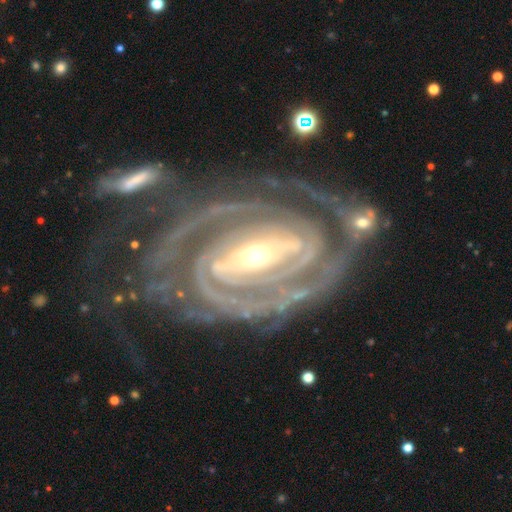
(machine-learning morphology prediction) Q: Smooth or featured?
A: featured or disk (93%); runner-up: star or artifact (4%)
Q: Edge-on disk?
A: no (96%); runner-up: yes (4%)
Q: Bar?
A: strong (53%); runner-up: weak (28%)
Q: Spiral arms?
A: yes (98%); runner-up: no (2%)
Q: Spiral winding?
A: tight (75%); runner-up: medium (21%)
Q: Spiral arm count?
A: 2 (56%); runner-up: 3 (17%)
Q: Bulge size?
A: moderate (48%); runner-up: small (46%)
Q: Merging?
A: none (54%); runner-up: minor disturbance (19%)